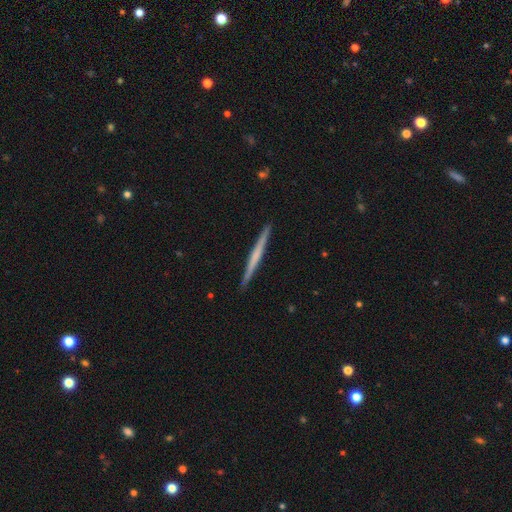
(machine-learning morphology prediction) Smooth or featured?
  - featured or disk: 56% *
  - smooth: 39%
  - star or artifact: 5%
Edge-on disk?
  - yes: 98% *
  - no: 2%
Edge-on bulge?
  - none: 74% *
  - rounded: 18%
  - boxy: 8%
Merging?
  - none: 92% *
  - minor disturbance: 5%
  - major disturbance: 1%
  - merger: 1%